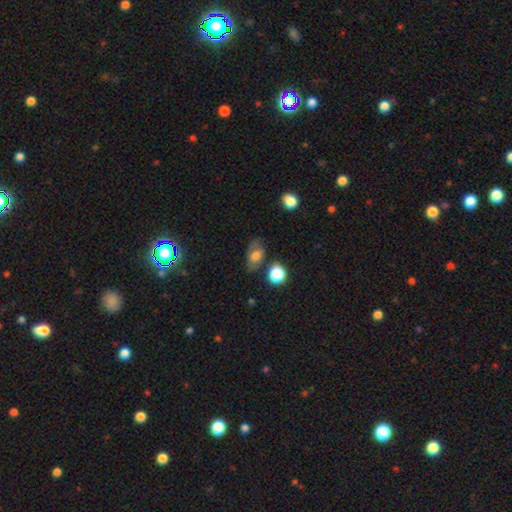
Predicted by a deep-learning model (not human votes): Q: Smooth or featured?
A: smooth (65%); runner-up: featured or disk (25%)
Q: How rounded?
A: in between (81%); runner-up: round (17%)
Q: Merging?
A: none (65%); runner-up: minor disturbance (22%)